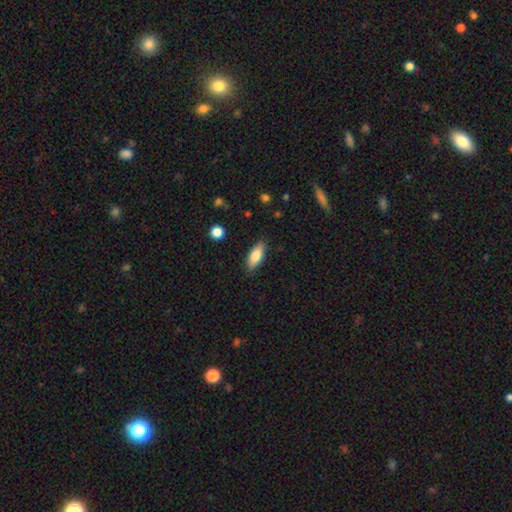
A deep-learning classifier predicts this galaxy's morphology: This appears to be a smooth galaxy with no disk features (78%) that is in between round and cigar-shaped (72%). Merging: none (86%).